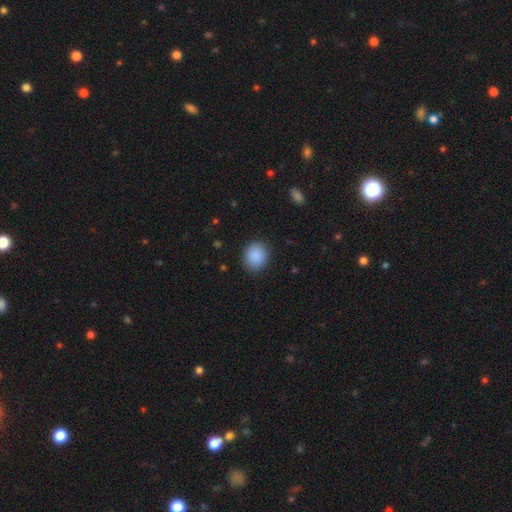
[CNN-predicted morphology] smooth_or_featured: smooth (p=0.89) [alt: star or artifact p=0.07]
how_rounded: round (p=0.70) [alt: in between p=0.29]
merging: none (p=0.89) [alt: minor disturbance p=0.08]